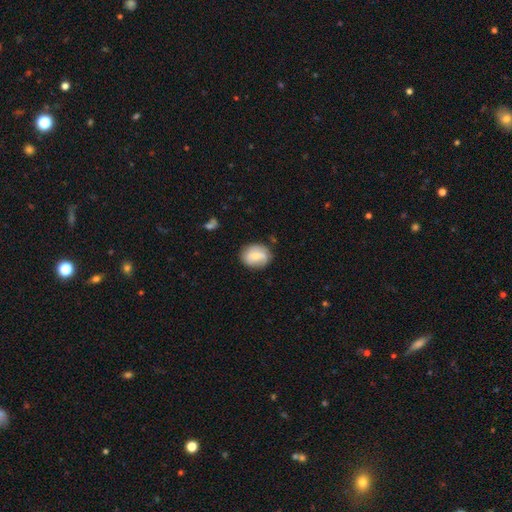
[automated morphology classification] A smooth galaxy with no disk features (63%) that is round (54%).

Vote fractions:
- Smooth or featured? smooth: 63% / featured or disk: 29% / star or artifact: 7%
- How rounded? round: 54% / in between: 45% / cigar-shaped: 1%
- Merging? none: 74% / minor disturbance: 19% / major disturbance: 5% / merger: 3%